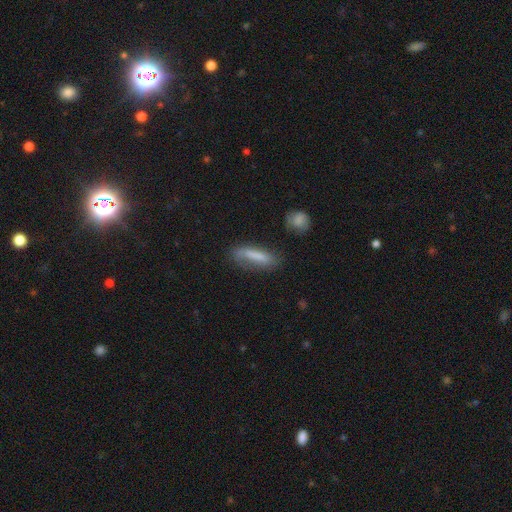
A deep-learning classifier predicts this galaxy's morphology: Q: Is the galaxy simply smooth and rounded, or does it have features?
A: smooth — 71%.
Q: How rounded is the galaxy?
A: cigar-shaped — 66%.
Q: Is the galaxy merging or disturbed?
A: none — 62%.